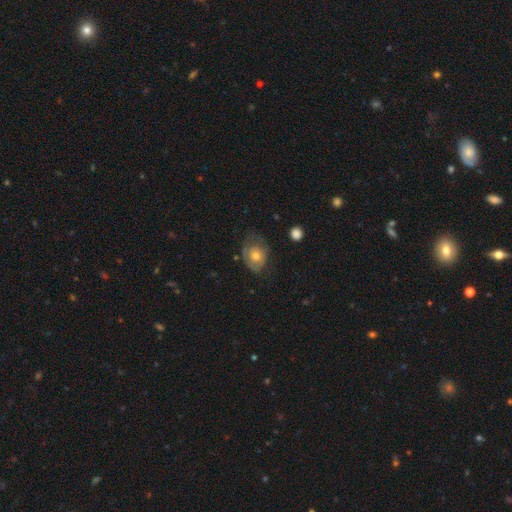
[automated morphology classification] Q: Smooth or featured?
A: smooth (54%); runner-up: featured or disk (38%)
Q: How rounded?
A: in between (63%); runner-up: round (36%)
Q: Merging?
A: none (54%); runner-up: minor disturbance (29%)